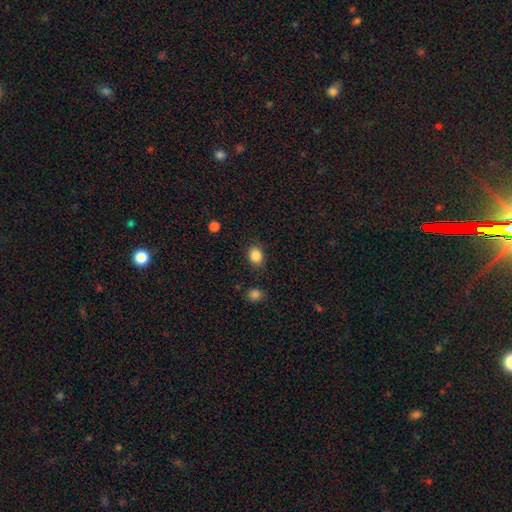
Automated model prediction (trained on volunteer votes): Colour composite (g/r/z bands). It shows a smooth galaxy with no disk features (86%) that is round (50%). Merging: none (84%).